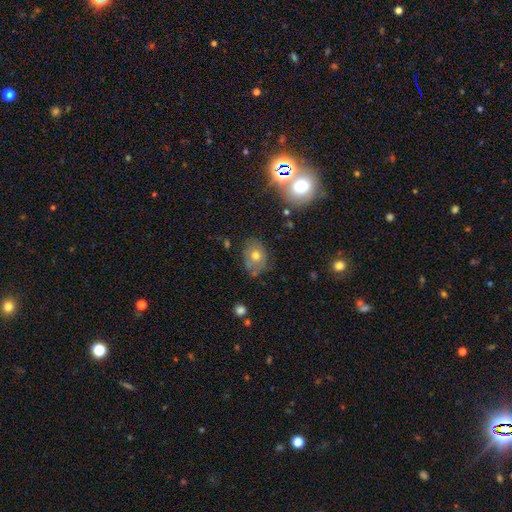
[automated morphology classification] A smooth galaxy with no disk features (66%) that is in between round and cigar-shaped (61%).

Vote fractions:
- Smooth or featured? smooth: 66% / featured or disk: 22% / star or artifact: 11%
- How rounded? in between: 61% / round: 38% / cigar-shaped: 1%
- Merging? none: 69% / minor disturbance: 21% / major disturbance: 6% / merger: 4%